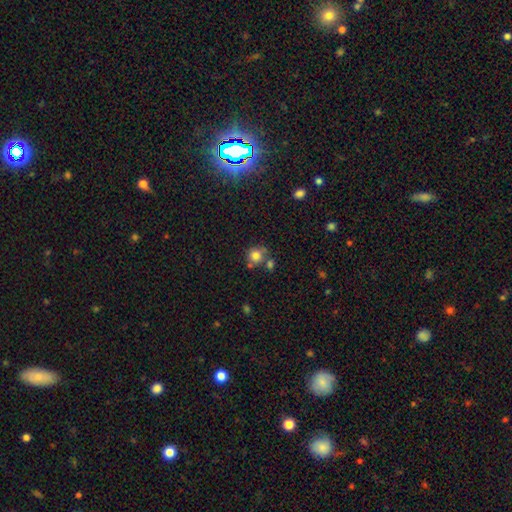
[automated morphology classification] A smooth galaxy with no disk features (80%) that is round (86%). Merging: none (58%).